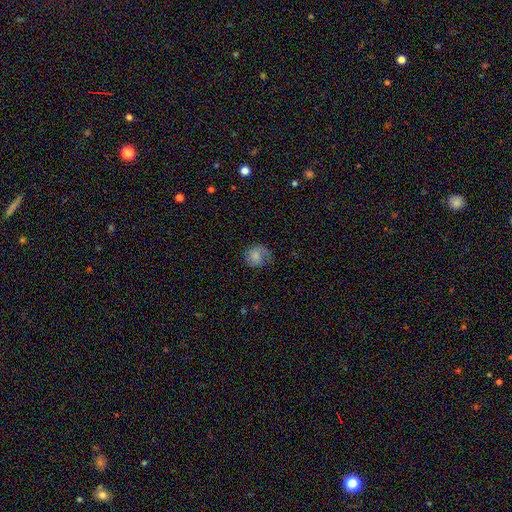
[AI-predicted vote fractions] Morphology: type=smooth (69%); roundness=round (77%); merging=none (56%).